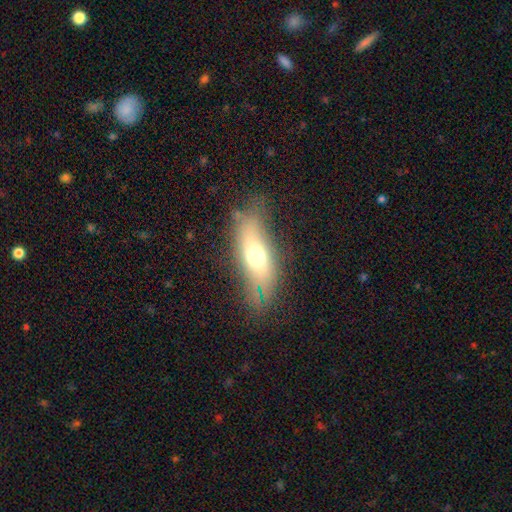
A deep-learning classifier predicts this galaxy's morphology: Smooth or featured? smooth (57%)
How rounded? in between (64%)
Merging? none (71%)